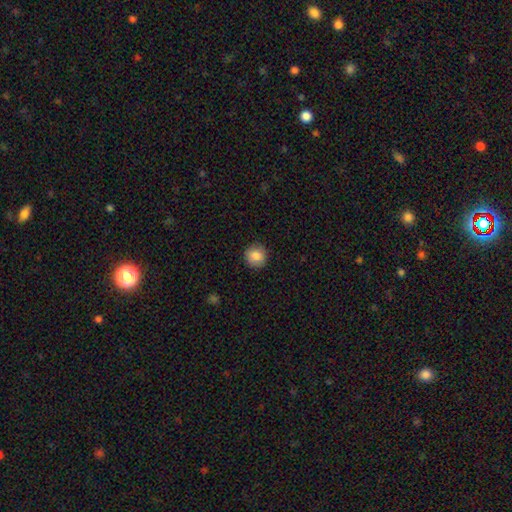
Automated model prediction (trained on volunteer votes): This appears to be a smooth galaxy with no disk features (86%) that is round (93%). Merging: none (89%).